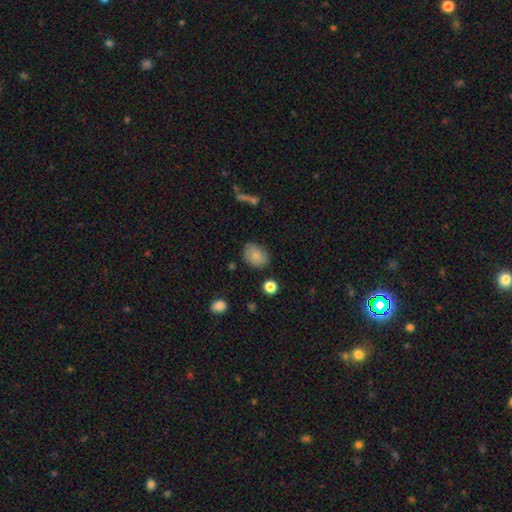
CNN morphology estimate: Overall: smooth (81%). How rounded: in between (65%; round 34%). Merging: none (75%).